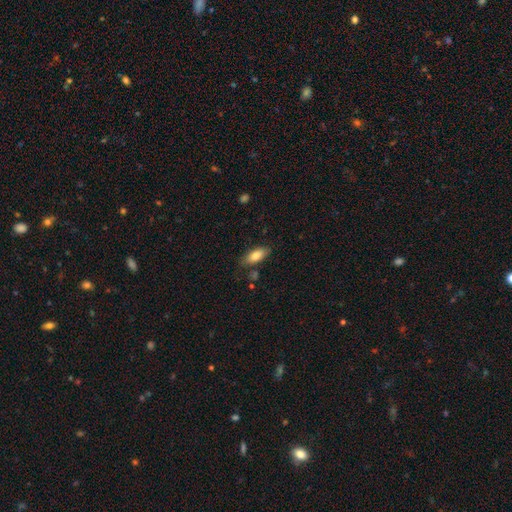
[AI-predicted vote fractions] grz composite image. It shows a smooth galaxy with no disk features (80%) that is in between round and cigar-shaped (84%). Merging: none (78%).